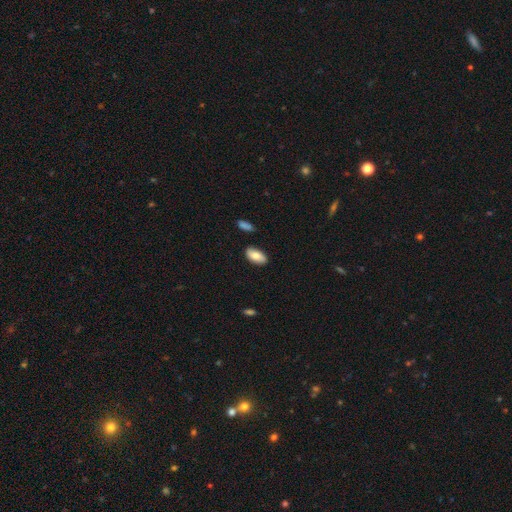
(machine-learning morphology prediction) smooth-or-featured: smooth: 81% | featured or disk: 12% | star or artifact: 6%
  how-rounded: in between: 94% | cigar-shaped: 3% | round: 3%
  merging: none: 84% | minor disturbance: 12% | merger: 2% | major disturbance: 2%